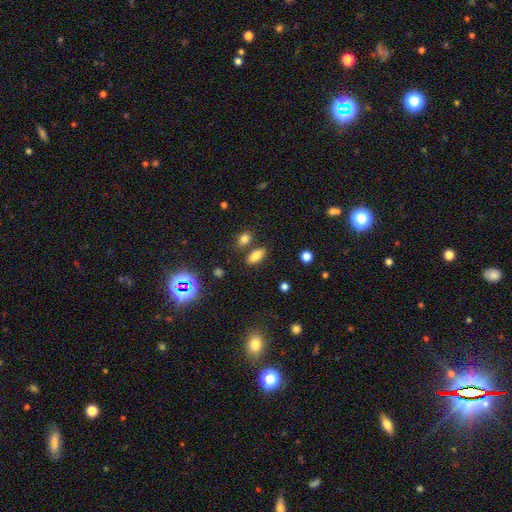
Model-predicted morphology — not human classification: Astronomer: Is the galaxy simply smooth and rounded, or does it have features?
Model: smooth — 80%.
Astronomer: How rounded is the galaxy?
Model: in between — 83%.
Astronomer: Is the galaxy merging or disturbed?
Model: none — 75%.